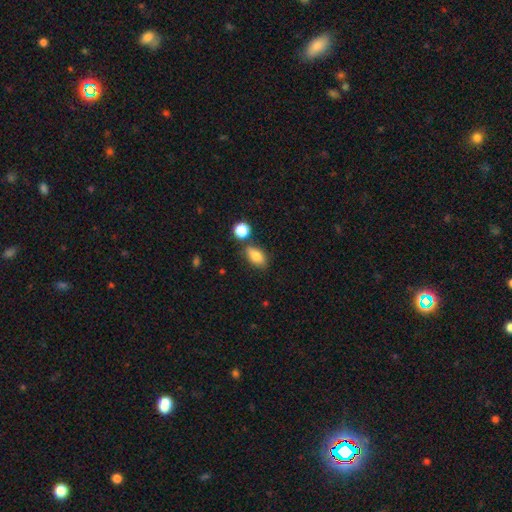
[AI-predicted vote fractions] A smooth galaxy with no disk features (81%) that is in between round and cigar-shaped (84%).

Vote fractions:
- Smooth or featured? smooth: 81% / featured or disk: 11% / star or artifact: 9%
- How rounded? in between: 84% / round: 9% / cigar-shaped: 8%
- Merging? none: 74% / minor disturbance: 14% / merger: 9% / major disturbance: 4%